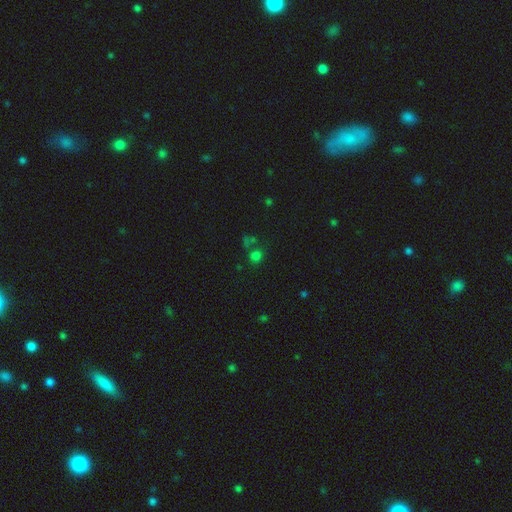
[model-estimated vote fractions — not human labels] The model was most divided on "smooth or featured": smooth: 63%, star or artifact: 30%, featured or disk: 7%. More confident: how rounded — round (83%); merging — none (60%).